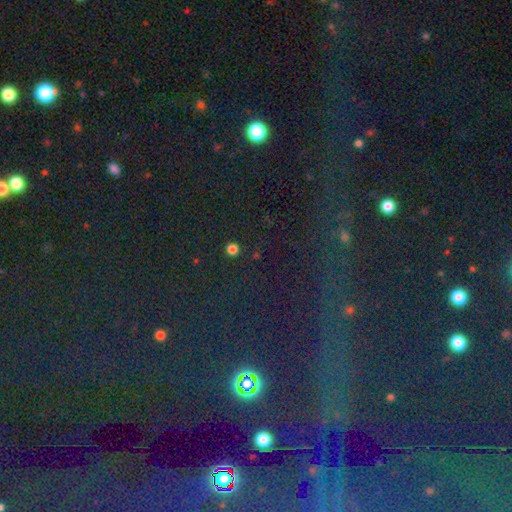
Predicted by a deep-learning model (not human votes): A star or artifact, not a galaxy (76%).

Vote fractions:
- Smooth or featured? star or artifact: 76% / smooth: 14% / featured or disk: 10%